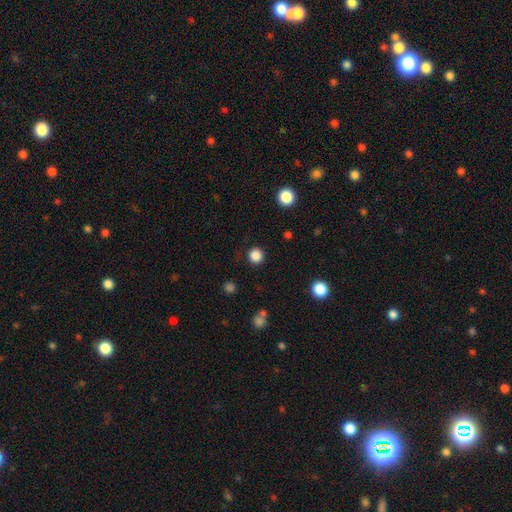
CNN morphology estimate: Smooth or featured: smooth — 85% (star or artifact — 12%)
How rounded: round — 94% (in between — 5%)
Merging: none — 90% (minor disturbance — 6%)